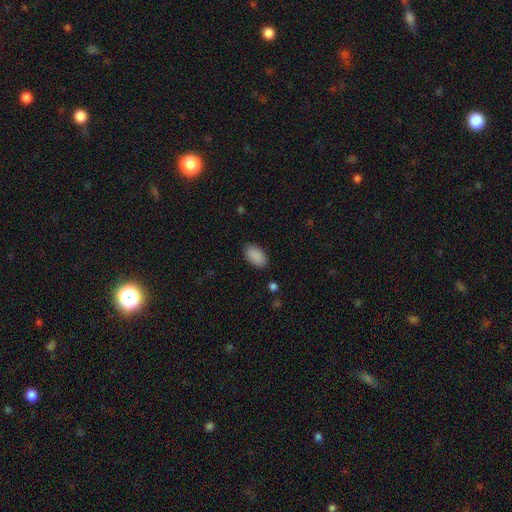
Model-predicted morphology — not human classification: smooth 90%, star or artifact 7%, featured or disk 3%. Down the decision tree: how rounded — in between (95%); merging — none (86%).